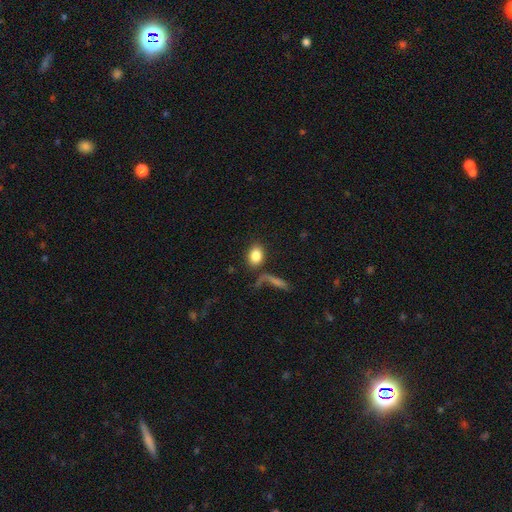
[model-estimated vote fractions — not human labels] This is clearly a smooth galaxy (84%). How rounded: likely in between (70%). Merging: likely none (65%).